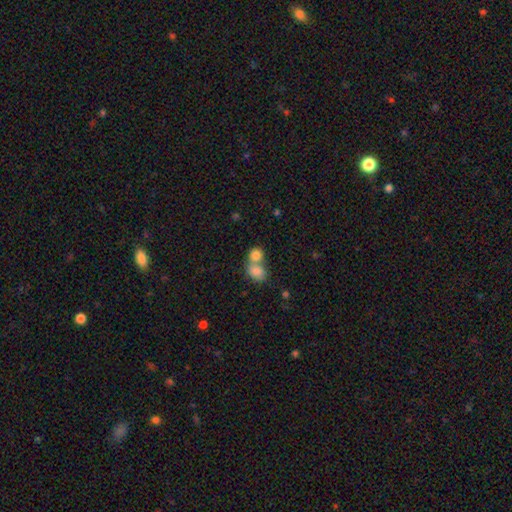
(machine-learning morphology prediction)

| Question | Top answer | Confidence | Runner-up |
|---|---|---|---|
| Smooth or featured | smooth | 82% | featured or disk (9%) |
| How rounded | round | 65% | in between (33%) |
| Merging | merger | 66% | none (26%) |